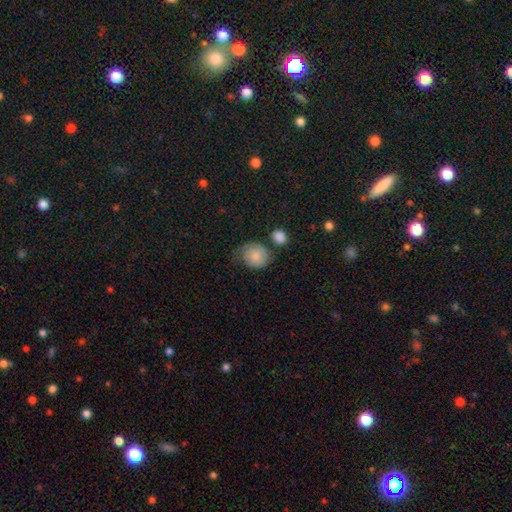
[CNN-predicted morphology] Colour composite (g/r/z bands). It shows a smooth galaxy with no disk features (78%) that is round (62%). Merging: none (47%).